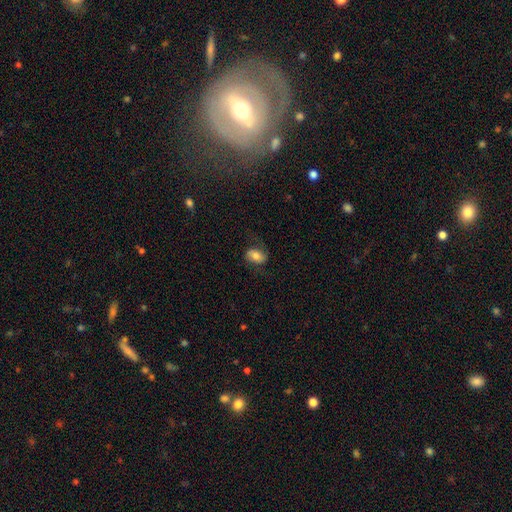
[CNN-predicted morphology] This appears to be a smooth galaxy with no disk features (63%) that is in between round and cigar-shaped (83%). Merging: none (67%).